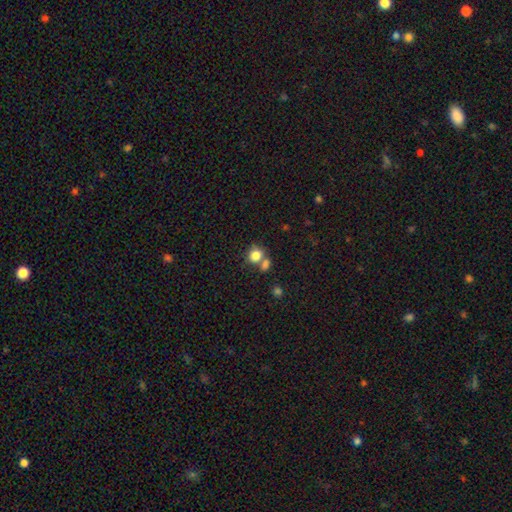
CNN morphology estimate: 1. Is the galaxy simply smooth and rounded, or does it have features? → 81% smooth, 10% star or artifact, 8% featured or disk.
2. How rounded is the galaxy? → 64% round, 34% in between, 1% cigar-shaped.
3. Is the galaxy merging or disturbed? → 46% none, 39% merger, 11% minor disturbance, 5% major disturbance.